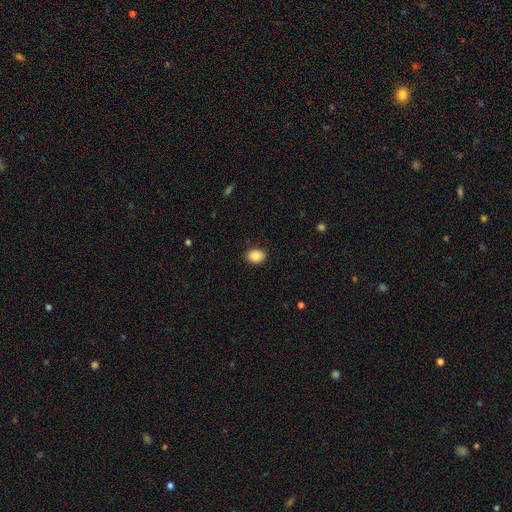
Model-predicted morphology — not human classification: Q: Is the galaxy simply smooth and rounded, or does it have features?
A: smooth — 88%.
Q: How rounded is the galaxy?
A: in between — 57%.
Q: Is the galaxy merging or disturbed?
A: none — 89%.